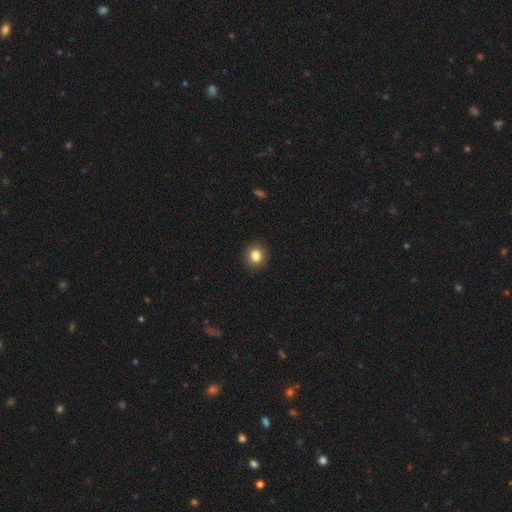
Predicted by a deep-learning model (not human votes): A smooth galaxy with no disk features (84%) that is round (83%).

Vote fractions:
- Smooth or featured? smooth: 84% / star or artifact: 10% / featured or disk: 5%
- How rounded? round: 83% / in between: 17% / cigar-shaped: 1%
- Merging? none: 91% / minor disturbance: 6% / major disturbance: 2% / merger: 1%